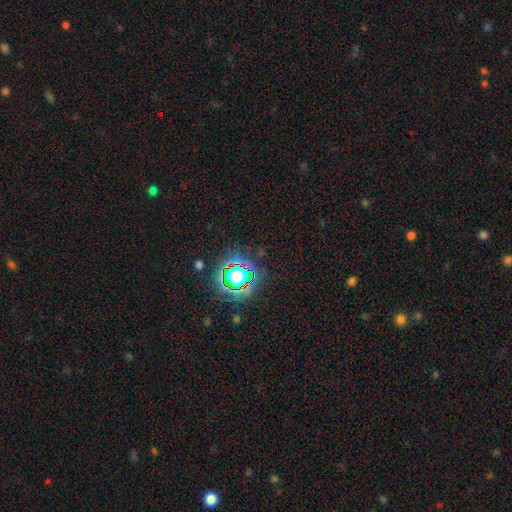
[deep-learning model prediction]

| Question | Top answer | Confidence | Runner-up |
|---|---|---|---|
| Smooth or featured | star or artifact | 78% | smooth (15%) |